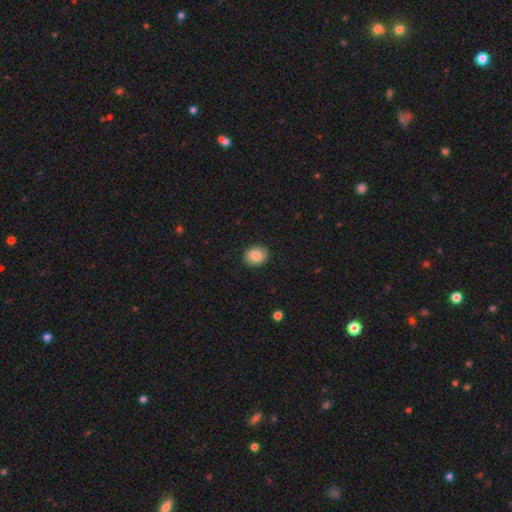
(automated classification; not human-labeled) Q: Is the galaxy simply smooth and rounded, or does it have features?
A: smooth — 85%.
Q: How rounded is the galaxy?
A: round — 55%.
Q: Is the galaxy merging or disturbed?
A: none — 90%.